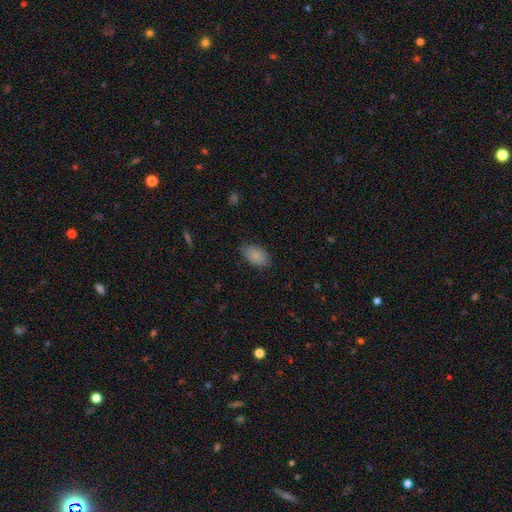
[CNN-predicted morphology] Smooth or featured: smooth — 86% (star or artifact — 7%)
How rounded: in between — 91% (round — 8%)
Merging: none — 80% (minor disturbance — 16%)